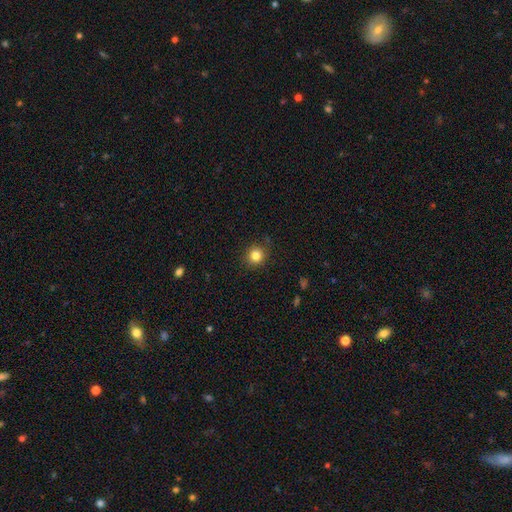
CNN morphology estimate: Overall: smooth (83%). How rounded: round (89%). Merging: none (88%).